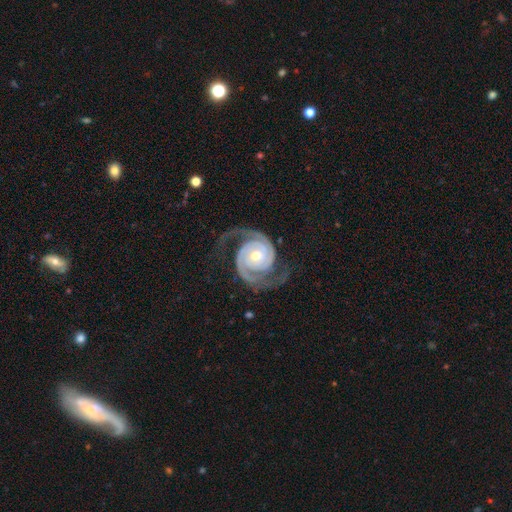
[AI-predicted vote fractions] A featured or disk galaxy (94%) with no bar (72%), 2 (92%) tight (49%) spiral arms (99%) and a moderate central bulge (56%). Merging: none (77%).